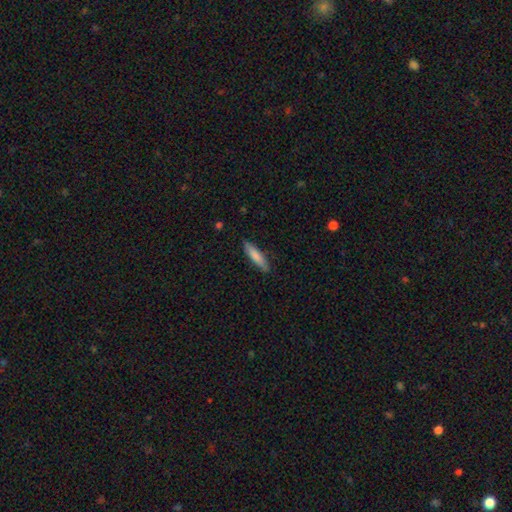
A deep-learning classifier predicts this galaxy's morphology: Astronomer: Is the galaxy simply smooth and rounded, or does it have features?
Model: smooth — 80%.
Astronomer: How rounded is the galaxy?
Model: cigar-shaped — 79%.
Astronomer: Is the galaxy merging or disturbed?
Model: none — 86%.